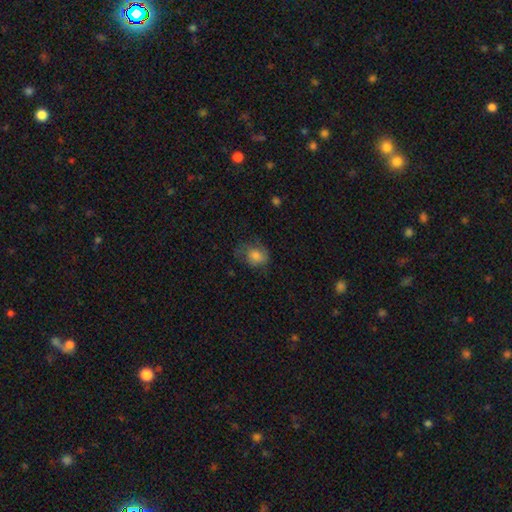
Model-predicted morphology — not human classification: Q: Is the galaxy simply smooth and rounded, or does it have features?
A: smooth — 72%.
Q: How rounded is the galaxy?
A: round — 52%.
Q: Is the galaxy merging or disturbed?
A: none — 52%.